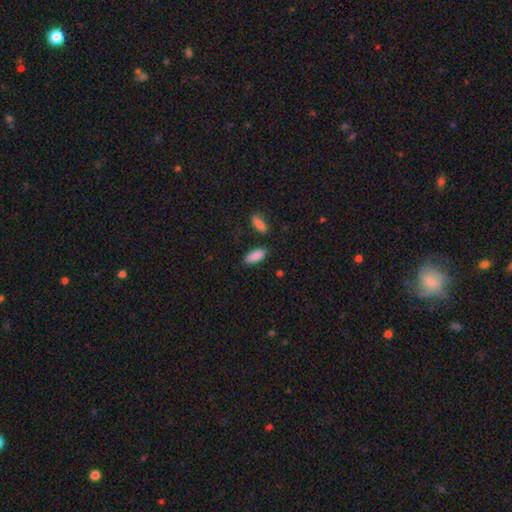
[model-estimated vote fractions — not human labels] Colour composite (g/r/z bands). It shows a smooth galaxy with no disk features (89%) that is in between round and cigar-shaped (85%). Merging: none (80%).